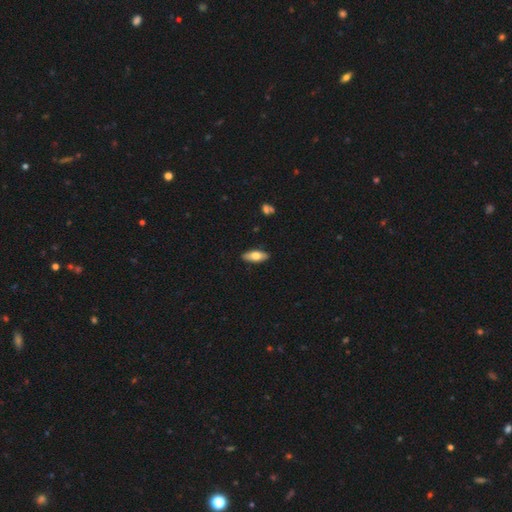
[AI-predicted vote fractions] A smooth galaxy with no disk features (66%) that is in between round and cigar-shaped (73%).

Vote fractions:
- Smooth or featured? smooth: 66% / featured or disk: 28% / star or artifact: 6%
- How rounded? in between: 73% / cigar-shaped: 25% / round: 3%
- Merging? none: 89% / minor disturbance: 8% / major disturbance: 2% / merger: 1%